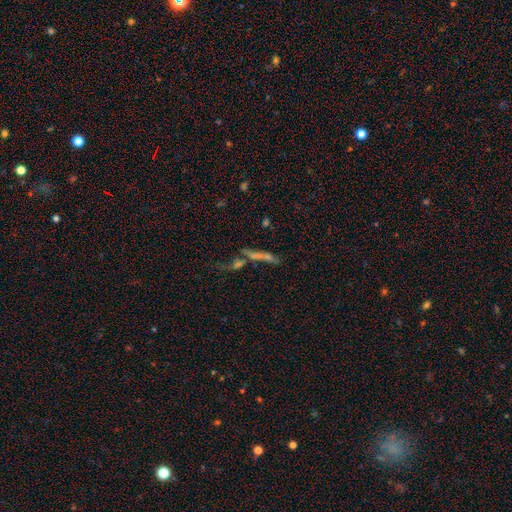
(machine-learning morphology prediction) A featured or disk galaxy (42%). Merging: none (44%).